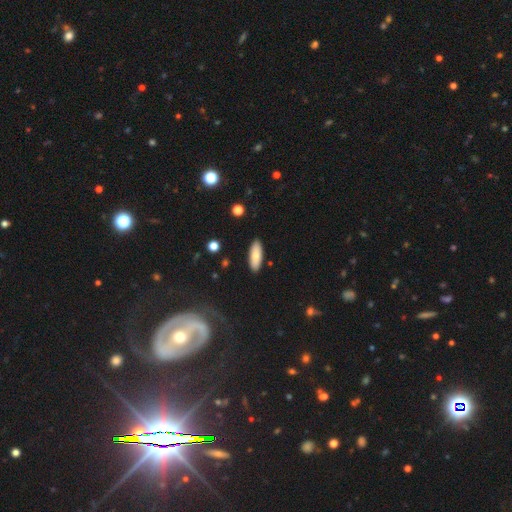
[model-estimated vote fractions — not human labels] The model was most divided on "how rounded": in between: 70%, cigar-shaped: 28%, round: 2%. More confident: merging — none (89%); smooth or featured — smooth (78%).